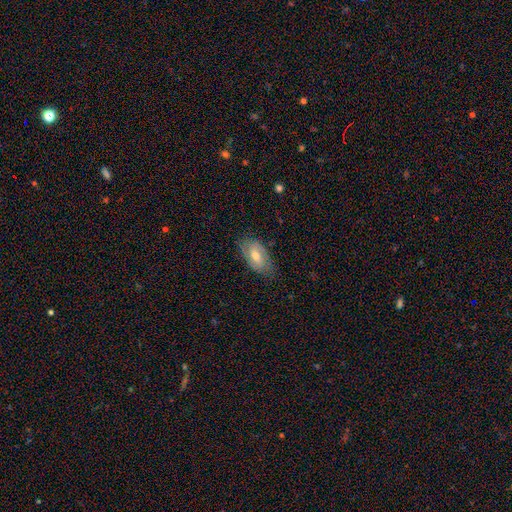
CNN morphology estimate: This appears to be a featured or disk galaxy (47%). Merging: none (73%).